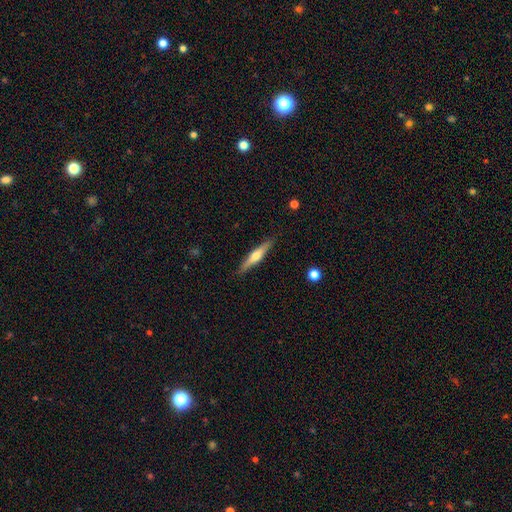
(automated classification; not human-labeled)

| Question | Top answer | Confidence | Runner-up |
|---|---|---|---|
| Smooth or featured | featured or disk | 55% | smooth (40%) |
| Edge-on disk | yes | 96% | no (4%) |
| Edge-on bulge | rounded | 87% | none (7%) |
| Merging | none | 88% | minor disturbance (9%) |